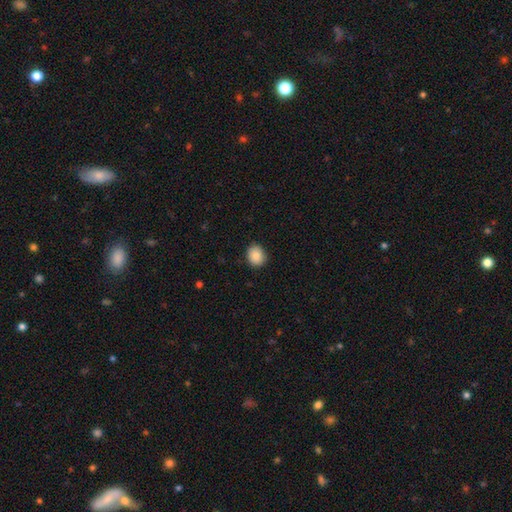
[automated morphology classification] A smooth galaxy with no disk features (88%) that is round (65%). Merging: none (88%).